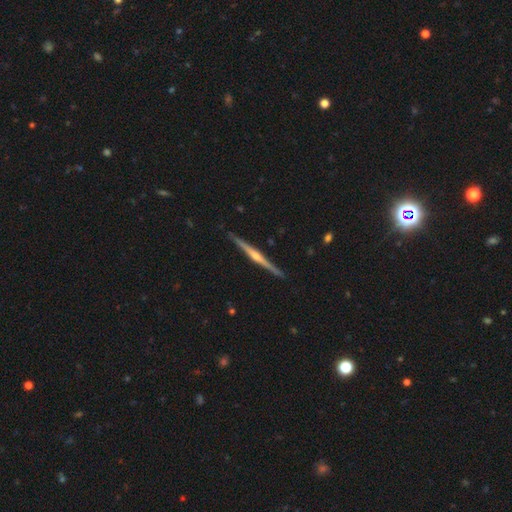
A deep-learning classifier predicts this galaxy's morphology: featured or disk 83%, smooth 12%, star or artifact 5%. Down the decision tree: edge-on disk — yes (99%); edge-on bulge — rounded (82%); merging — none (91%).